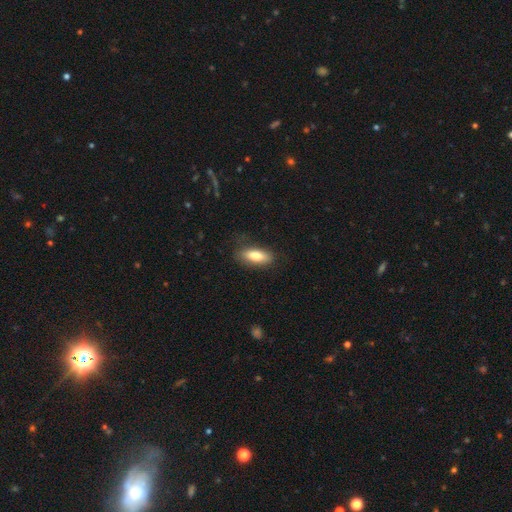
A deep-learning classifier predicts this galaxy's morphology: Smooth or featured? smooth (81%)
How rounded? in between (75%)
Merging? none (79%)